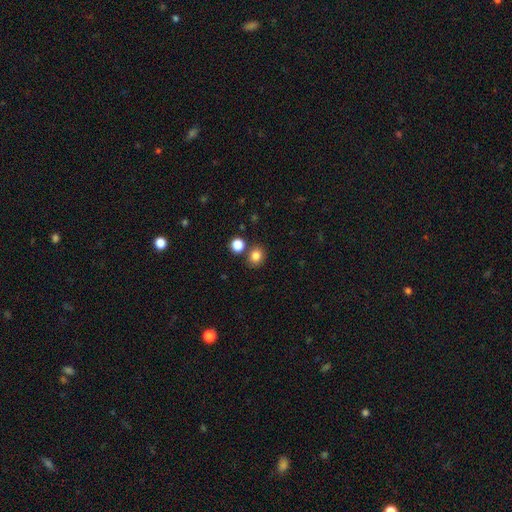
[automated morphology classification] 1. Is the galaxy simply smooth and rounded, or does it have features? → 82% smooth, 13% star or artifact, 5% featured or disk.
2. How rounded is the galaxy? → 74% round, 25% in between, 1% cigar-shaped.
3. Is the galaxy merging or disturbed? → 78% none, 12% merger, 8% minor disturbance, 3% major disturbance.